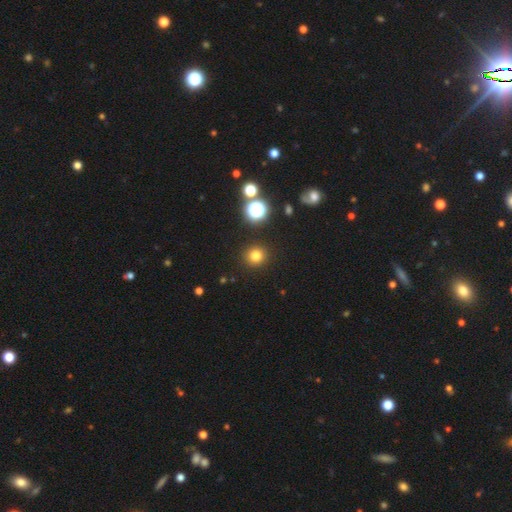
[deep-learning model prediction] This appears to be a smooth galaxy with no disk features (78%) that is round (93%). Merging: none (91%).